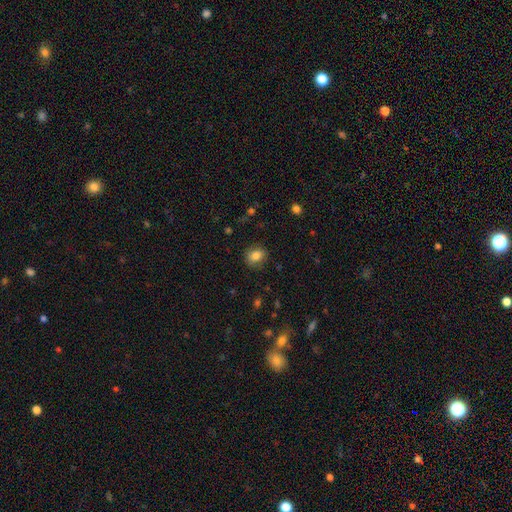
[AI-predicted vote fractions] This is clearly a smooth galaxy (82%). How rounded: possibly round (55%). Merging: clearly none (82%).